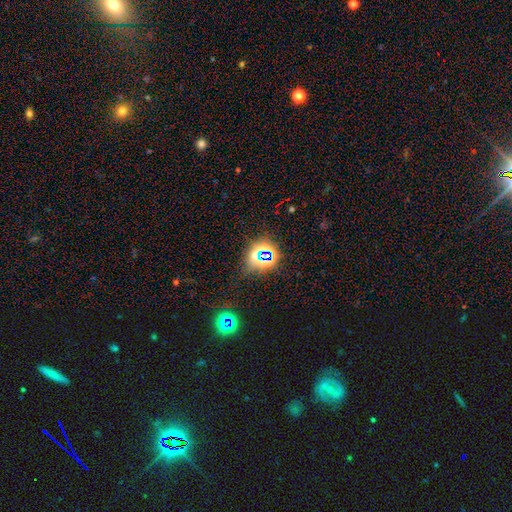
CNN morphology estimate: type=star or artifact (68%).